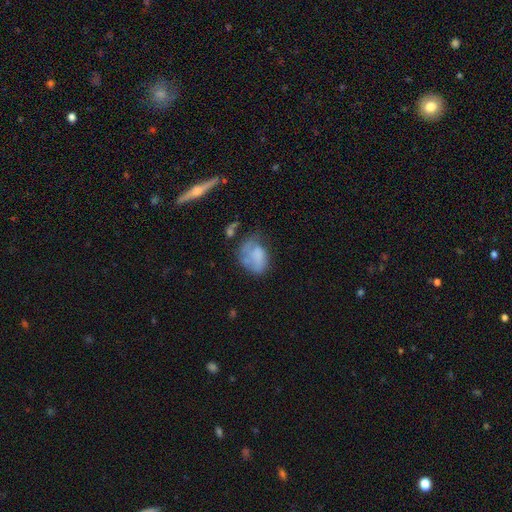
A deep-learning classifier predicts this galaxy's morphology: Q: Smooth or featured?
A: smooth (57%); runner-up: featured or disk (33%)
Q: How rounded?
A: in between (71%); runner-up: round (27%)
Q: Merging?
A: none (33%); runner-up: minor disturbance (30%)